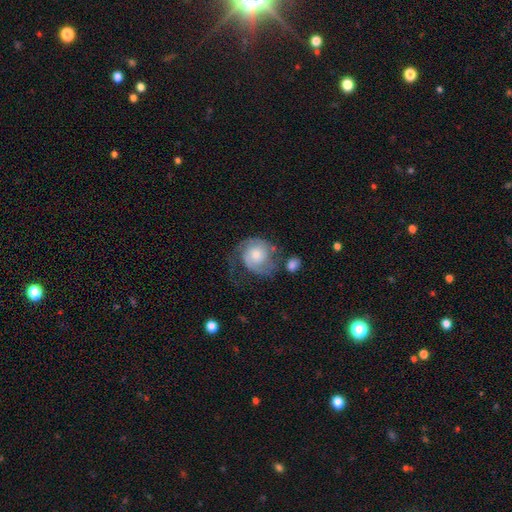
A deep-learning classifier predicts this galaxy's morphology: Smooth or featured? Predicted: featured or disk (p=0.72). Edge-on disk? Predicted: no (p=0.98). Bar? Predicted: no (p=0.75). Spiral arms? Predicted: yes (p=0.93). Spiral winding? Predicted: tight (p=0.40, tied with medium). Spiral arm count? Predicted: 2 (p=0.69). Bulge size? Predicted: moderate (p=0.49). Merging? Predicted: none (p=0.46).